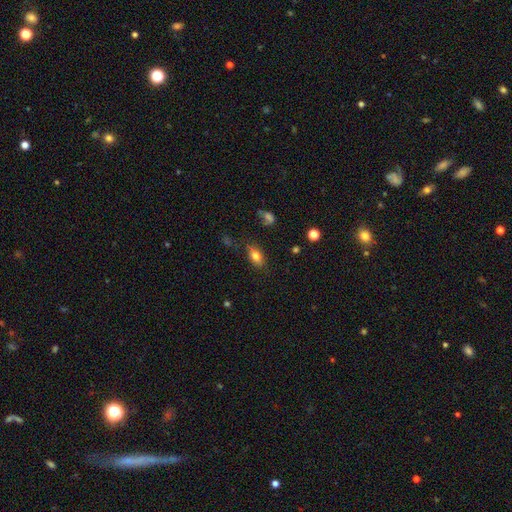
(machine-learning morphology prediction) smooth 77%, featured or disk 13%, star or artifact 10%. Down the decision tree: how rounded — in between (85%); merging — none (76%).